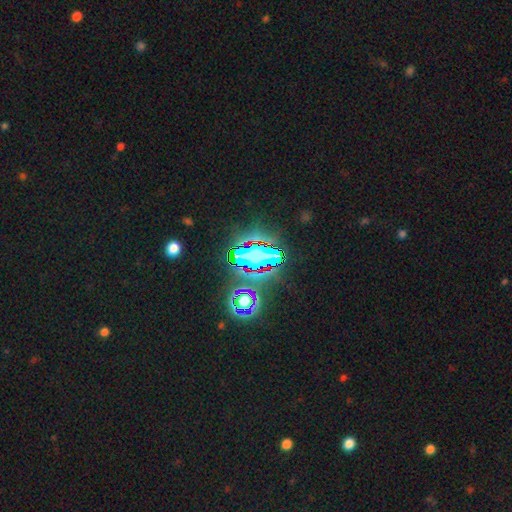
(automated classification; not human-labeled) Smooth or featured? star or artifact (69%)